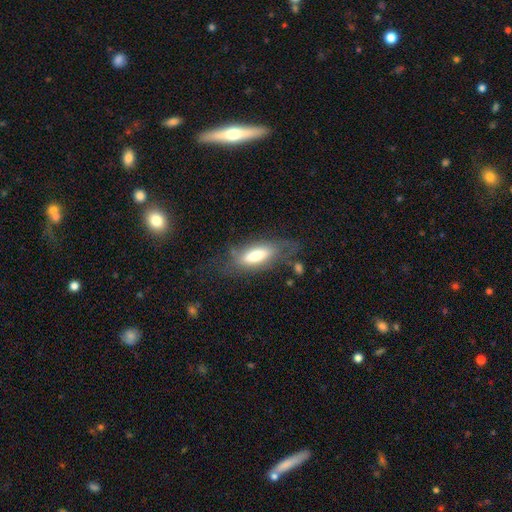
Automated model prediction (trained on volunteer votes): Q: Smooth or featured?
A: smooth (64%); runner-up: featured or disk (29%)
Q: How rounded?
A: in between (69%); runner-up: cigar-shaped (29%)
Q: Merging?
A: none (49%); runner-up: minor disturbance (25%)